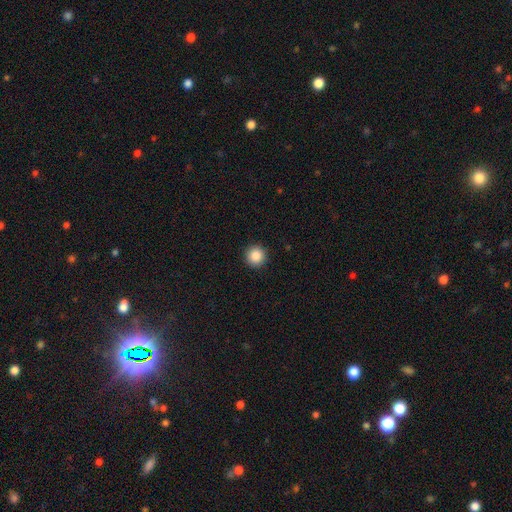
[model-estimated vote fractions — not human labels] This appears to be a smooth galaxy with no disk features (88%) that is round (96%). Merging: none (92%).